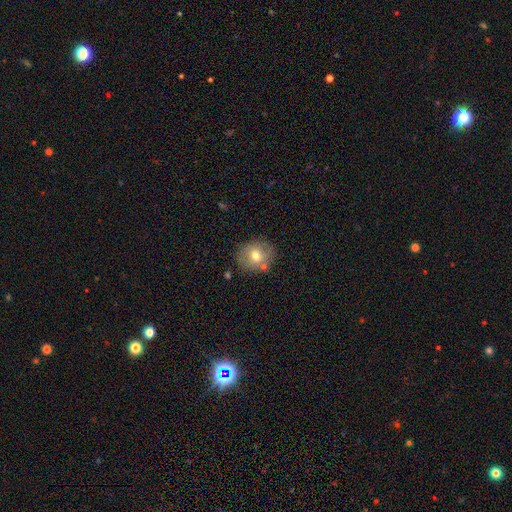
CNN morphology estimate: Smooth or featured: smooth — 66% (featured or disk — 25%)
How rounded: round — 72% (in between — 27%)
Merging: none — 76% (minor disturbance — 13%)